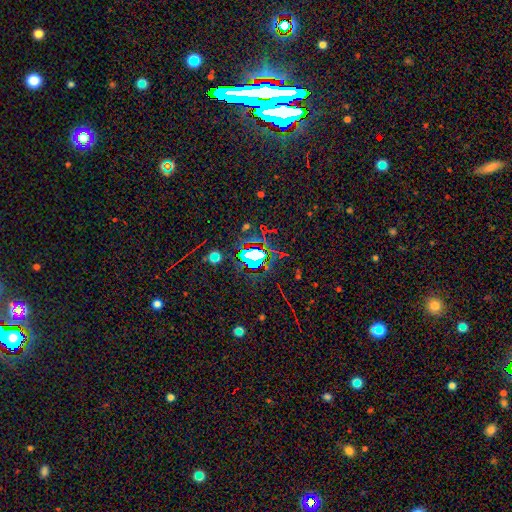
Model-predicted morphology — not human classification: Q: Smooth or featured?
A: star or artifact (70%); runner-up: smooth (18%)